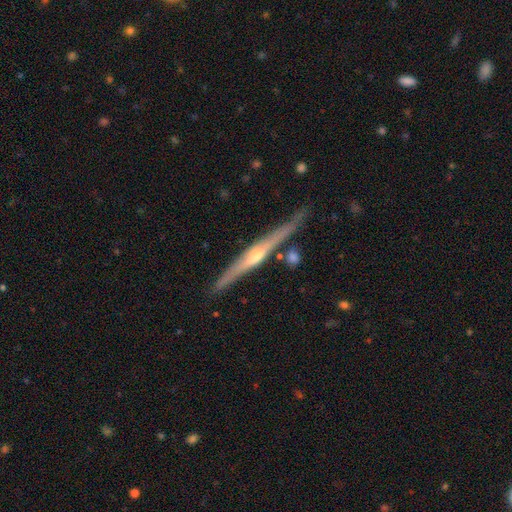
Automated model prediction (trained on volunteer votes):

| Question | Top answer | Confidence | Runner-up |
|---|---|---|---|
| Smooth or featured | featured or disk | 76% | smooth (19%) |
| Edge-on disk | yes | 97% | no (3%) |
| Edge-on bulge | rounded | 72% | none (19%) |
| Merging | none | 80% | minor disturbance (13%) |